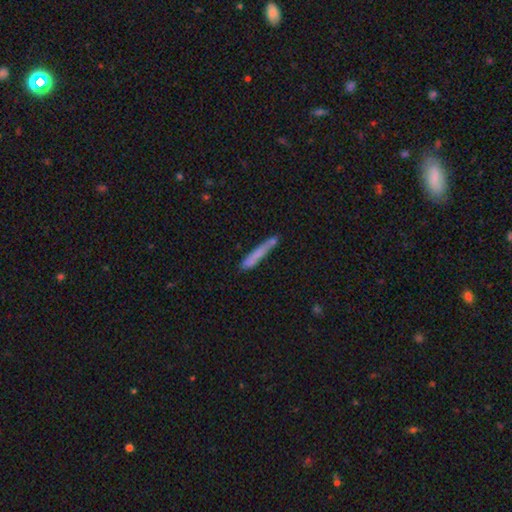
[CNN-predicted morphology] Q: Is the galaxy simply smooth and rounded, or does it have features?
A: smooth — 70%.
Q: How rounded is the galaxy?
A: cigar-shaped — 94%.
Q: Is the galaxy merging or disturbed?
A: none — 66%.